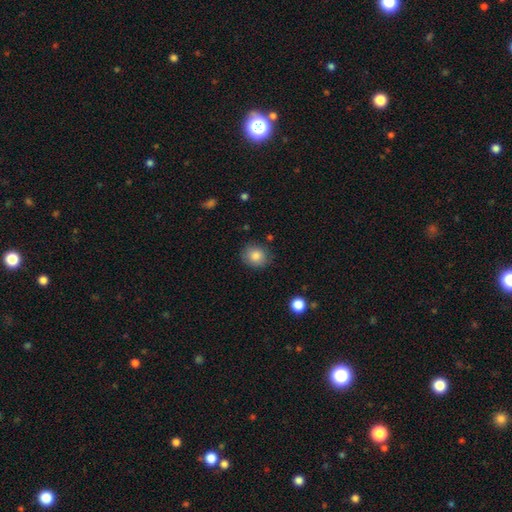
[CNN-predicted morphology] The model was most divided on "how rounded": round: 76%, in between: 23%, cigar-shaped: 1%. More confident: smooth or featured — smooth (84%); merging — none (83%).